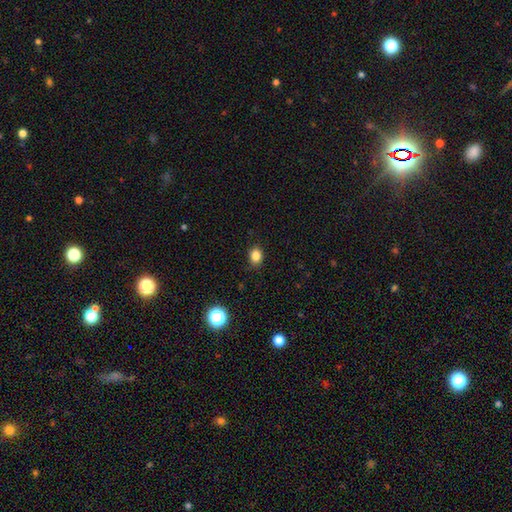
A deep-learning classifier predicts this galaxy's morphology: Smooth or featured?
  - smooth: 84% *
  - star or artifact: 12%
  - featured or disk: 5%
How rounded?
  - round: 50% *
  - in between: 49%
  - cigar-shaped: 1%
Merging?
  - none: 85% *
  - minor disturbance: 12%
  - major disturbance: 3%
  - merger: 1%